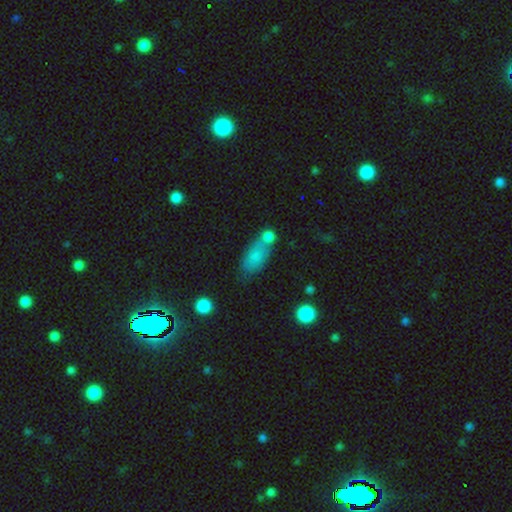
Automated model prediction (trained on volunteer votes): This appears to be a smooth galaxy with no disk features (77%) that is in between round and cigar-shaped (84%). Merging: none (44%).